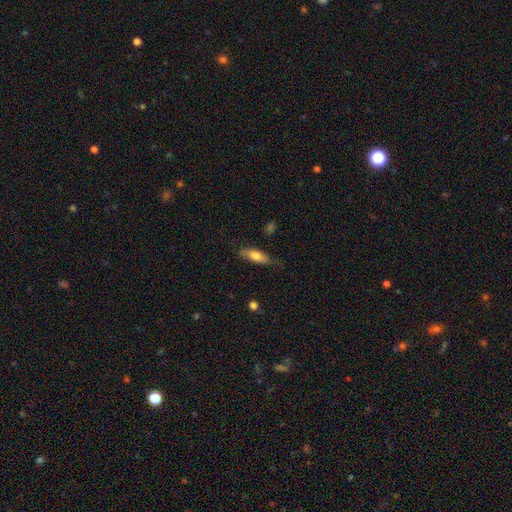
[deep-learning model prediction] Morphology: type=smooth (71%); roundness=in between (64%); merging=none (66%).